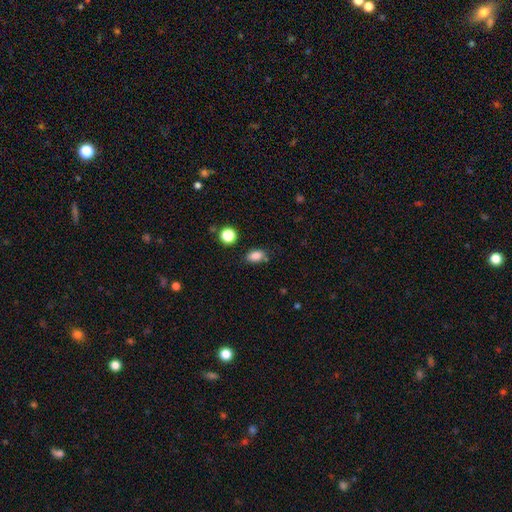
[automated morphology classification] Q: Smooth or featured?
A: smooth (85%); runner-up: star or artifact (11%)
Q: How rounded?
A: in between (83%); runner-up: round (15%)
Q: Merging?
A: none (75%); runner-up: minor disturbance (15%)